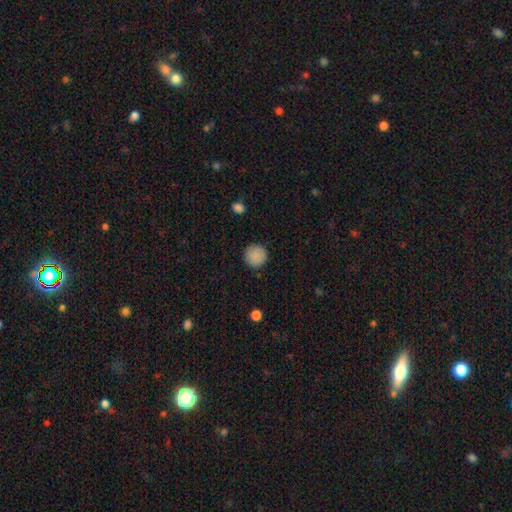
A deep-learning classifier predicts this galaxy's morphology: smooth_or_featured: smooth (p=0.88) [alt: star or artifact p=0.08]
how_rounded: round (p=0.95) [alt: in between p=0.04]
merging: none (p=0.91) [alt: minor disturbance p=0.06]